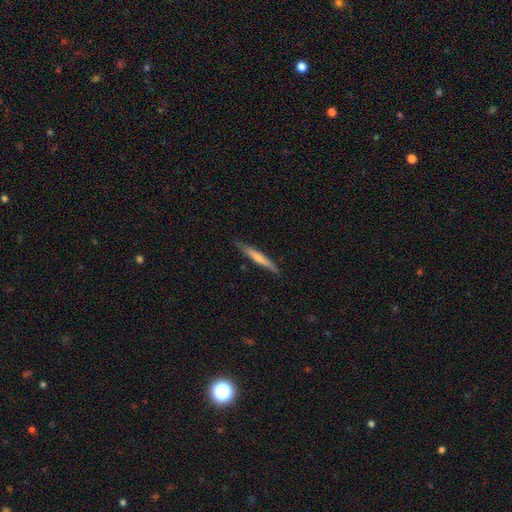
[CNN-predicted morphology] Q: Smooth or featured?
A: smooth (55%); runner-up: featured or disk (39%)
Q: How rounded?
A: cigar-shaped (95%); runner-up: in between (3%)
Q: Merging?
A: none (86%); runner-up: minor disturbance (11%)